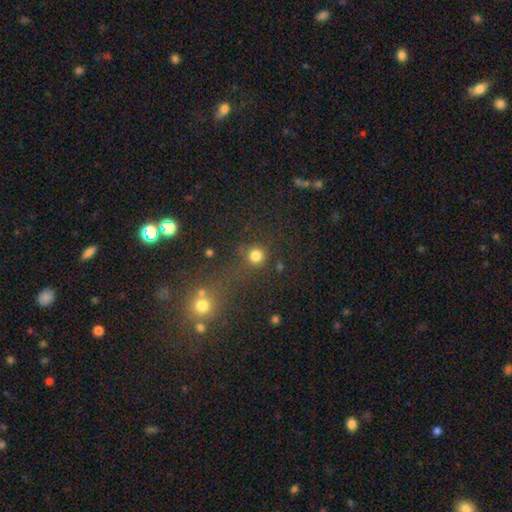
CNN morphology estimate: smooth_or_featured: smooth (p=0.79) [alt: star or artifact p=0.16]
how_rounded: round (p=0.93) [alt: in between p=0.05]
merging: none (p=0.73) [alt: merger p=0.12]